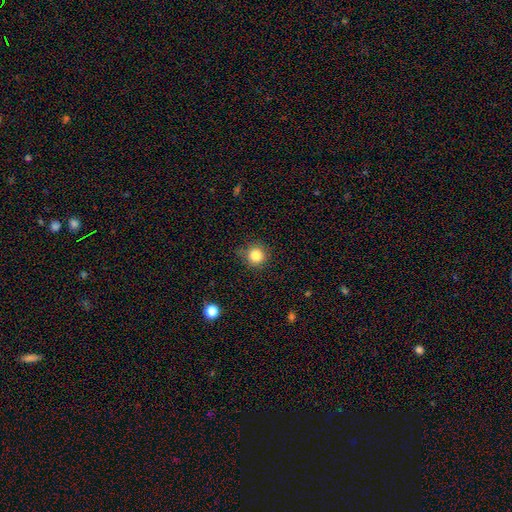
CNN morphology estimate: A smooth galaxy with no disk features (83%) that is round (94%).

Vote fractions:
- Smooth or featured? smooth: 83% / star or artifact: 12% / featured or disk: 5%
- How rounded? round: 94% / in between: 6% / cigar-shaped: 1%
- Merging? none: 83% / minor disturbance: 12% / major disturbance: 3% / merger: 2%